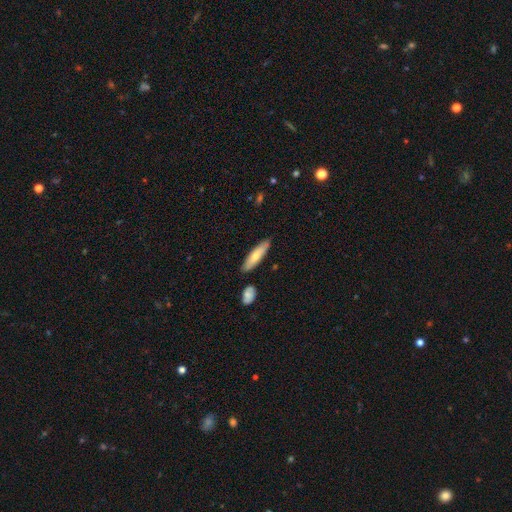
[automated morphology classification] Smooth or featured? smooth (70%)
How rounded? cigar-shaped (69%)
Merging? none (83%)